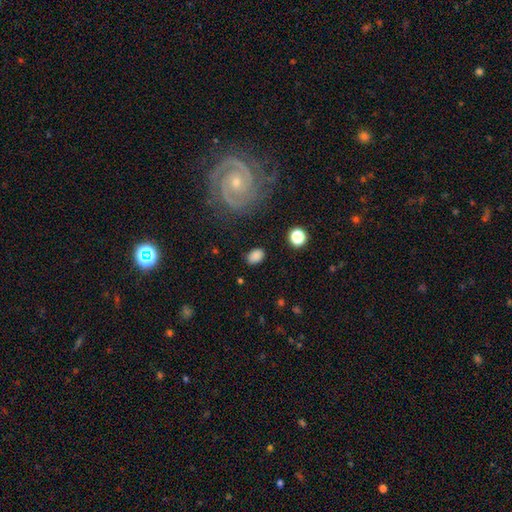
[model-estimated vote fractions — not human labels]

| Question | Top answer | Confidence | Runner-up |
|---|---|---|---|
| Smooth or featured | smooth | 81% | star or artifact (11%) |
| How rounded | in between | 78% | round (20%) |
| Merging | none | 80% | minor disturbance (14%) |